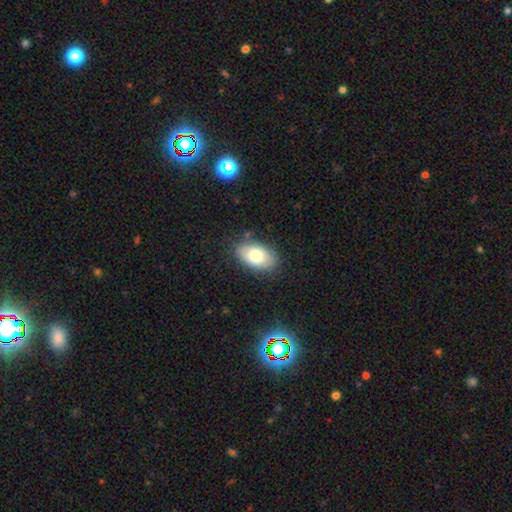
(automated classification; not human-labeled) A smooth galaxy with no disk features (80%) that is in between round and cigar-shaped (94%). Merging: none (81%).